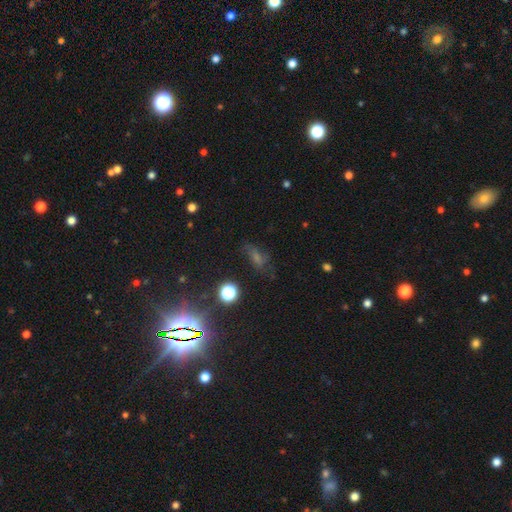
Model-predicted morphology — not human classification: This appears to be a star or artifact, not a galaxy (47%).